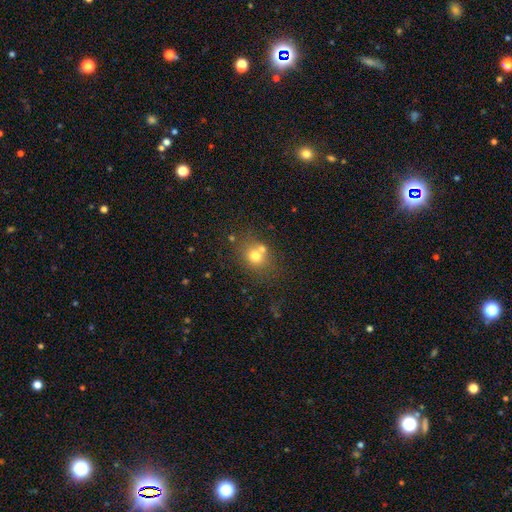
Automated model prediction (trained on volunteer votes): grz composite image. It shows a smooth galaxy with no disk features (71%) that is round (72%). Merging: none (57%).